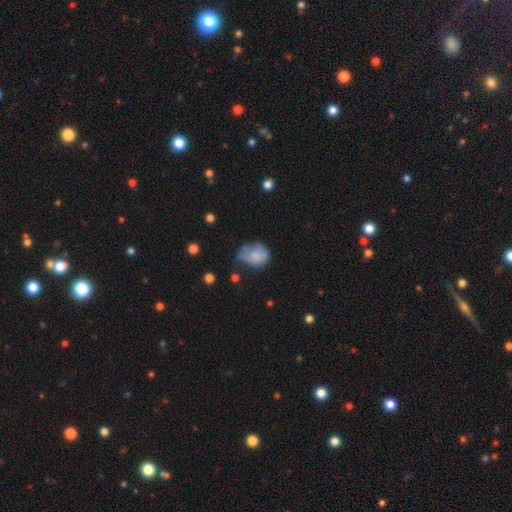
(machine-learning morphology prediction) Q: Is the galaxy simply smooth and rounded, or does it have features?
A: smooth — 69%.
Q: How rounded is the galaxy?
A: round — 50%.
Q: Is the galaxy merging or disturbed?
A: minor disturbance — 39%.